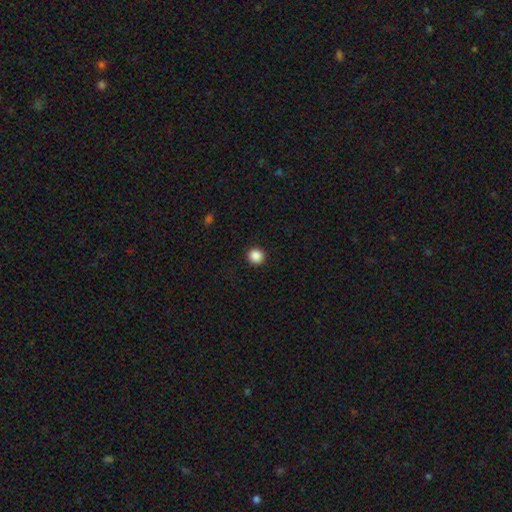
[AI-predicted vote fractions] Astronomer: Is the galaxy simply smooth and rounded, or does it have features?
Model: smooth — 88%.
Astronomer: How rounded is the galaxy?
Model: round — 93%.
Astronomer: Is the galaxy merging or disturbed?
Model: none — 93%.